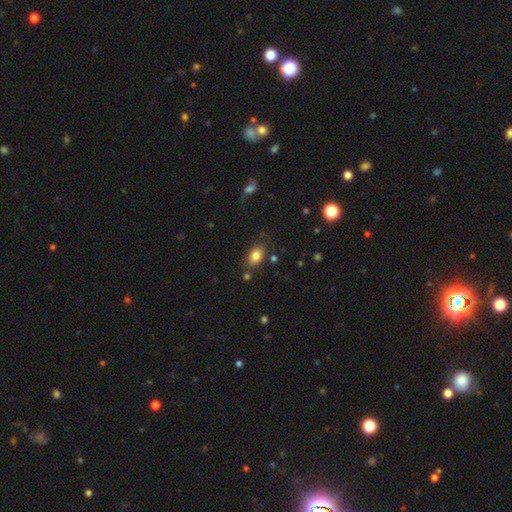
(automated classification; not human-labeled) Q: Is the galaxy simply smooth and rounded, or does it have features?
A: smooth — 82%.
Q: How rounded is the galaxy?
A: in between — 82%.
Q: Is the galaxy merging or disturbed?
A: none — 77%.